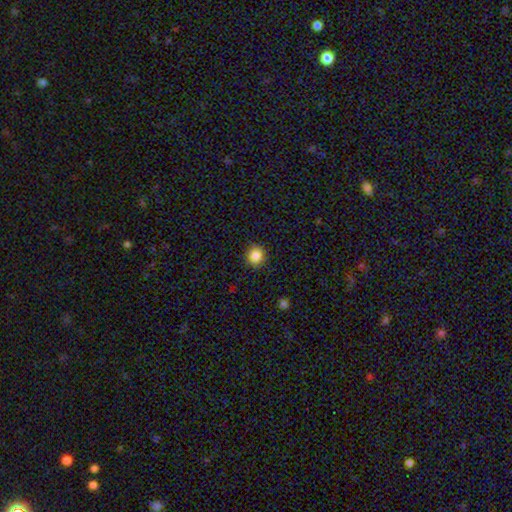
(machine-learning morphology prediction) A smooth galaxy with no disk features (86%) that is round (89%). Merging: none (90%).